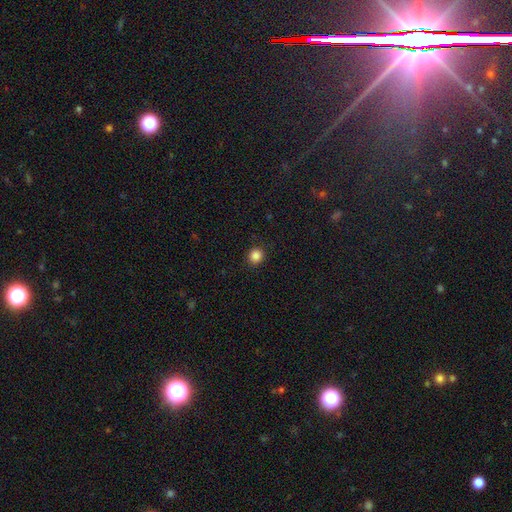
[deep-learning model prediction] The model was most divided on "smooth or featured": smooth: 86%, star or artifact: 11%, featured or disk: 3%. More confident: merging — none (91%); how rounded — round (89%).